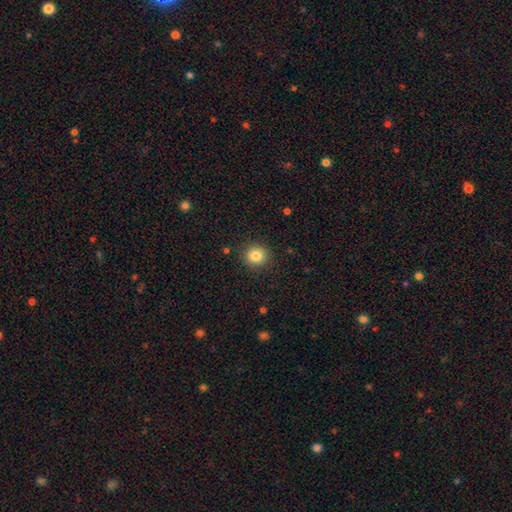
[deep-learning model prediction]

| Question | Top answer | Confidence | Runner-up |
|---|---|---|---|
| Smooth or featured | smooth | 84% | star or artifact (11%) |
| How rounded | round | 88% | in between (11%) |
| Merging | none | 90% | minor disturbance (6%) |